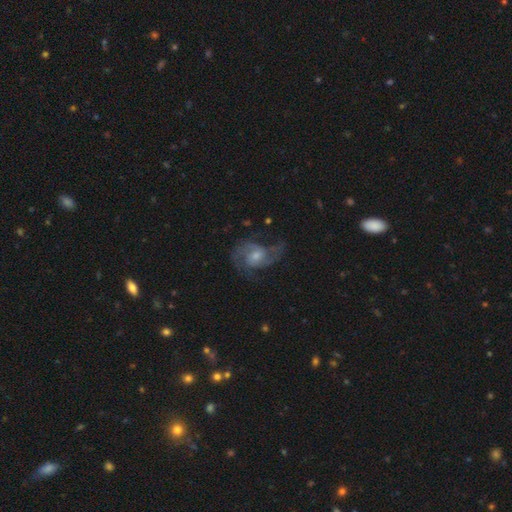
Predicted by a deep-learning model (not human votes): A featured or disk galaxy (82%) with no bar (50%), 2 (78%) medium (54%) spiral arms (94%) and a moderate central bulge (44%).

Vote fractions:
- Smooth or featured? featured or disk: 82% / smooth: 12% / star or artifact: 6%
- Edge-on disk? no: 97% / yes: 3%
- Bar? no: 50% / weak: 42% / strong: 7%
- Spiral arms? yes: 94% / no: 6%
- Spiral winding? medium: 54% / loose: 28% / tight: 18%
- Spiral arm count? 2: 78% / can't tell: 8% / 3: 8% / 1: 3% / 4: 2% / more than 4: 2%
- Bulge size? moderate: 44% / small: 42% / large: 6% / none: 6% / dominant: 1%
- Merging? none: 60% / minor disturbance: 20% / major disturbance: 18% / merger: 2%